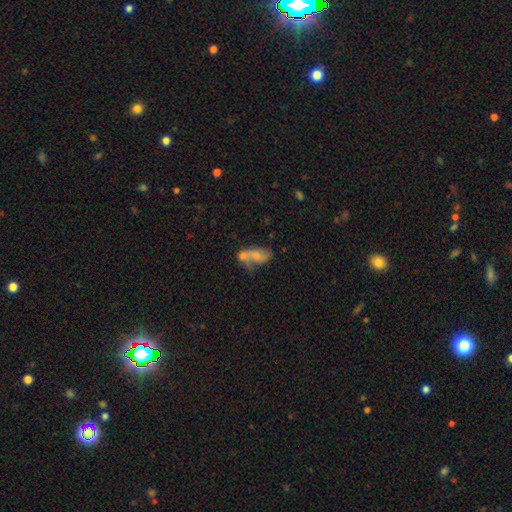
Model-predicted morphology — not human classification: This is possibly a smooth galaxy (47%). Merging: marginally merger (44%).